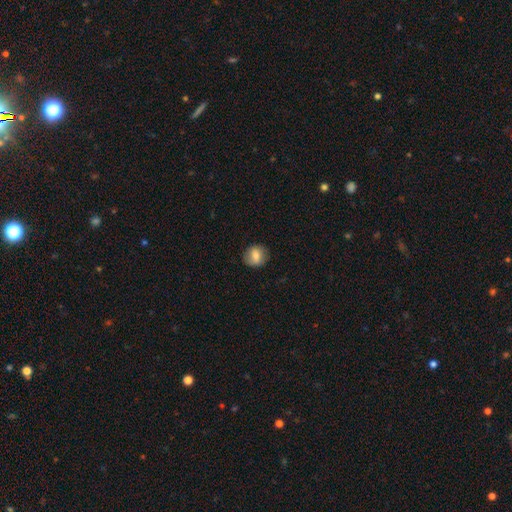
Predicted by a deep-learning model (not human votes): smooth-or-featured: smooth: 75% | featured or disk: 16% | star or artifact: 9%
  how-rounded: round: 76% | in between: 23% | cigar-shaped: 1%
  merging: none: 83% | minor disturbance: 12% | major disturbance: 3% | merger: 1%